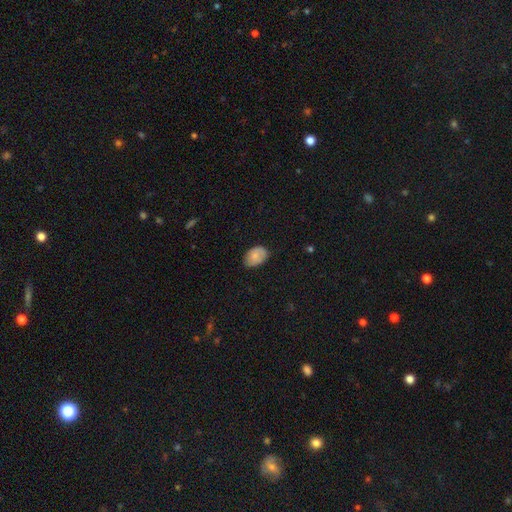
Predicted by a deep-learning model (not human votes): A smooth galaxy with no disk features (72%) that is in between round and cigar-shaped (83%). Merging: none (74%).